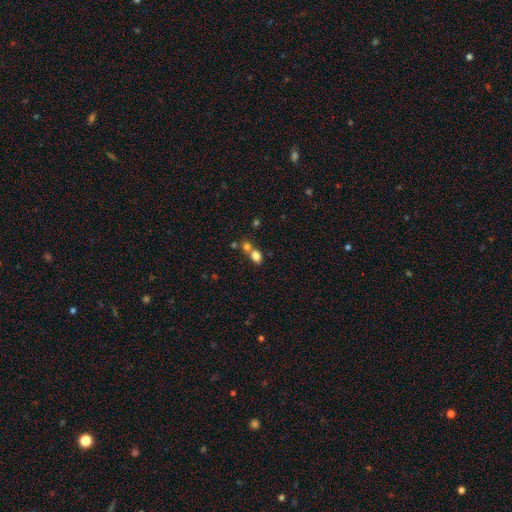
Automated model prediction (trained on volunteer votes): Overall: smooth (79%). How rounded: in between (67%; round 31%). Merging: merger (49%; none 38%).